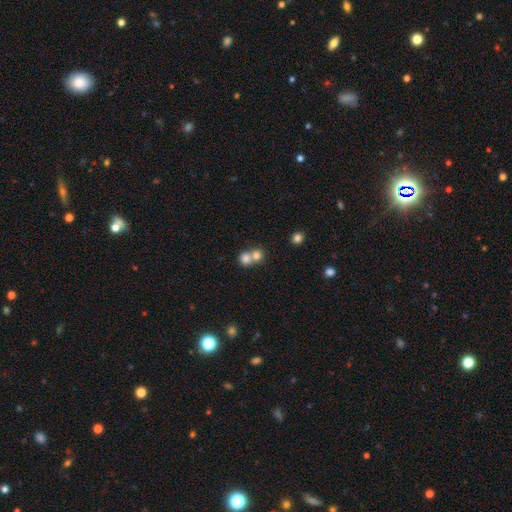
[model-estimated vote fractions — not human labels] smooth-or-featured: smooth: 78% | star or artifact: 11% | featured or disk: 11%
  how-rounded: round: 83% | in between: 16% | cigar-shaped: 1%
  merging: merger: 58% | none: 35% | minor disturbance: 5% | major disturbance: 2%